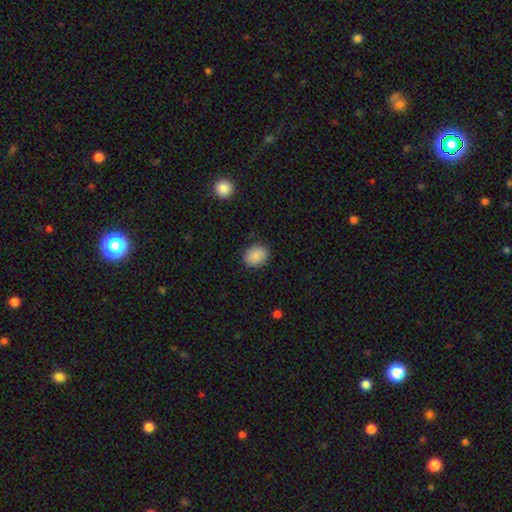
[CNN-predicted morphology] Smooth or featured? smooth (87%)
How rounded? in between (56%)
Merging? none (86%)